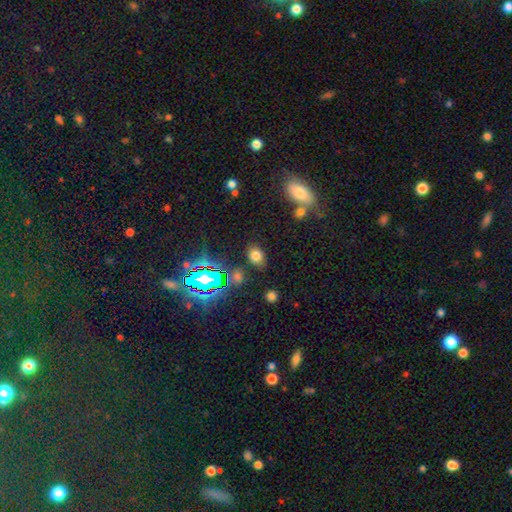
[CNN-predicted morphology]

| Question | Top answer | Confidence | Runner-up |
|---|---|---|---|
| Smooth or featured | smooth | 70% | star or artifact (22%) |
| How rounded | in between | 70% | round (29%) |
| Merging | none | 80% | minor disturbance (12%) |